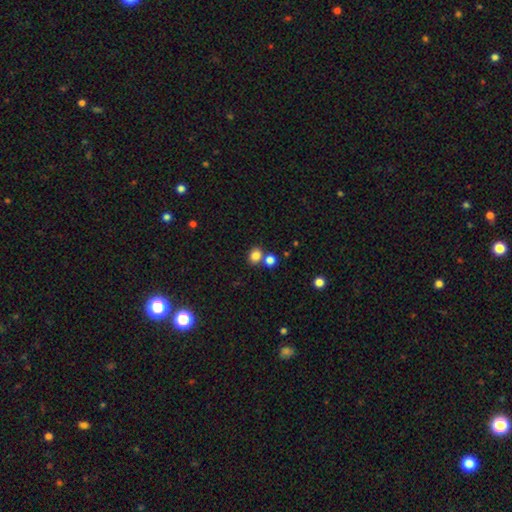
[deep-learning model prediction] The model was most divided on "how rounded": round: 64%, in between: 35%, cigar-shaped: 1%. More confident: smooth or featured — smooth (82%); merging — none (61%).